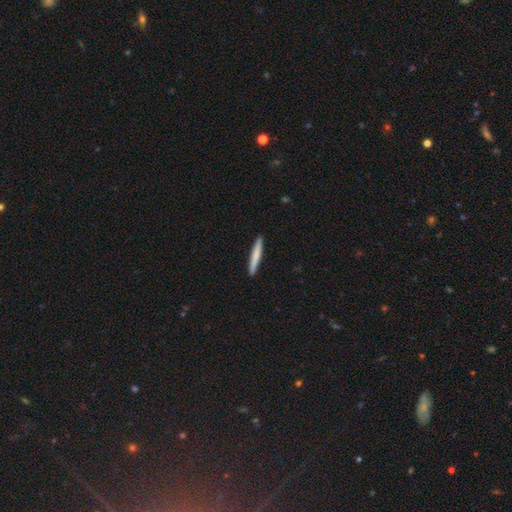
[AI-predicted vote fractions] A smooth galaxy with no disk features (74%) that is cigar-shaped (96%). Merging: none (92%).